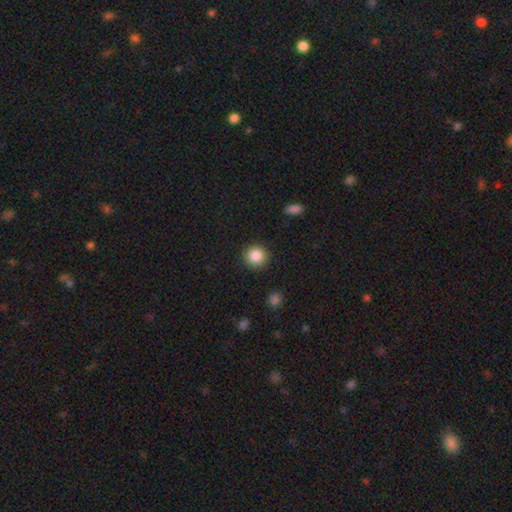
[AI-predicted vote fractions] A smooth galaxy with no disk features (86%) that is round (94%).

Vote fractions:
- Smooth or featured? smooth: 86% / star or artifact: 9% / featured or disk: 4%
- How rounded? round: 94% / in between: 5% / cigar-shaped: 1%
- Merging? none: 90% / minor disturbance: 6% / major disturbance: 2% / merger: 1%